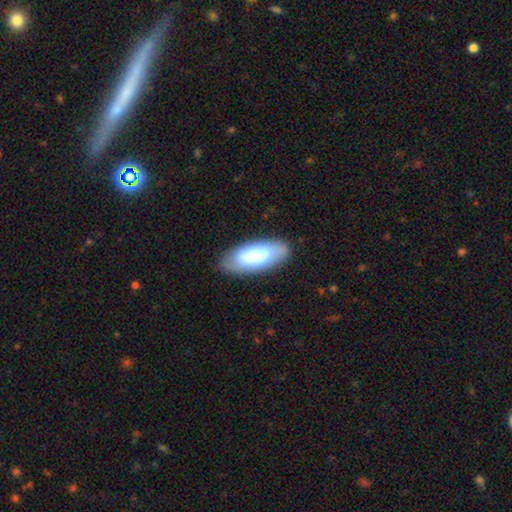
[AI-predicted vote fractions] smooth 74%, featured or disk 19%, star or artifact 6%. Down the decision tree: how rounded — in between (81%); merging — none (78%).